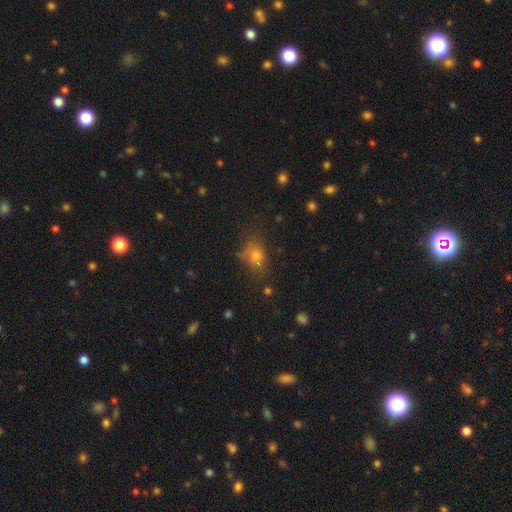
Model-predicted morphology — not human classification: The model was most divided on "how rounded": in between: 50%, round: 48%, cigar-shaped: 2%. More confident: smooth or featured — smooth (68%); merging — none (58%).